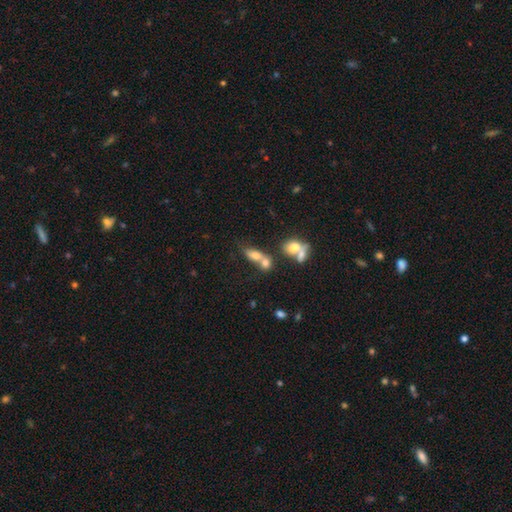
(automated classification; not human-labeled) smooth-or-featured: smooth: 68% | featured or disk: 18% | star or artifact: 13%
  how-rounded: in between: 66% | round: 22% | cigar-shaped: 11%
  merging: merger: 53% | none: 29% | minor disturbance: 11% | major disturbance: 7%